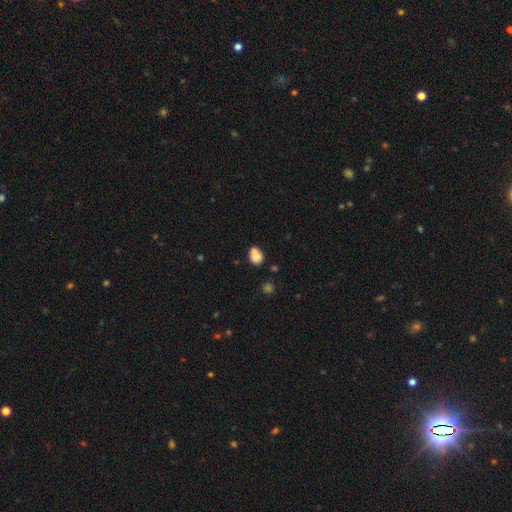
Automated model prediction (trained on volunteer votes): Q: Smooth or featured?
A: smooth (79%); runner-up: featured or disk (11%)
Q: How rounded?
A: in between (61%); runner-up: round (38%)
Q: Merging?
A: none (41%); runner-up: merger (33%)